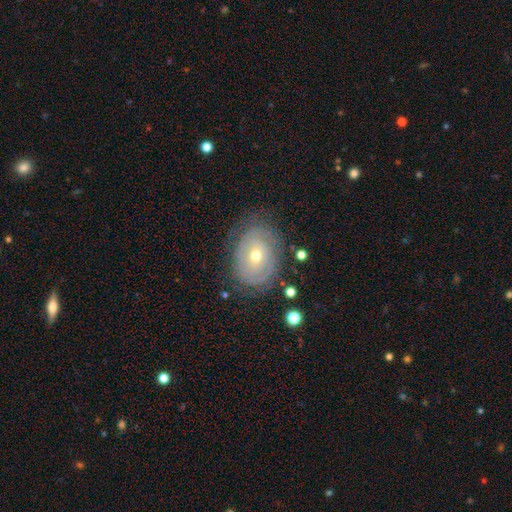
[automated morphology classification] type=featured or disk (71%); edge-on=no (95%); bar=no (79%); spiral arms=yes (72%); bulge=moderate (55%); merging=none (74%).